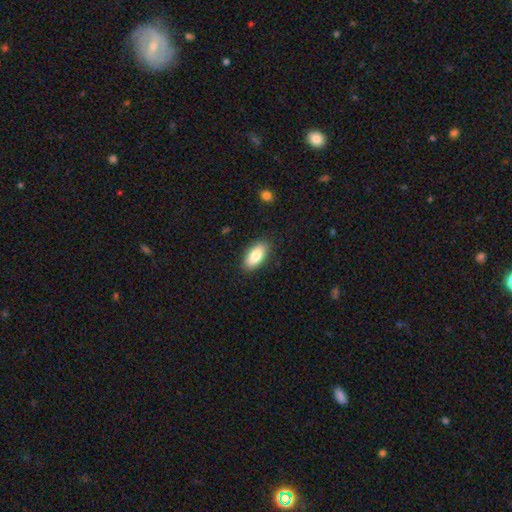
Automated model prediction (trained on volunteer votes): smooth 83%, featured or disk 10%, star or artifact 7%. Down the decision tree: how rounded — in between (89%); merging — none (87%).